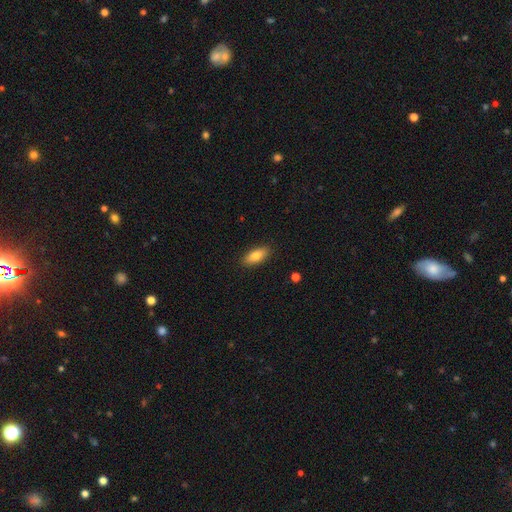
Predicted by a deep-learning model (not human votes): This is clearly a smooth galaxy (82%). How rounded: clearly in between (84%). Merging: clearly none (88%).